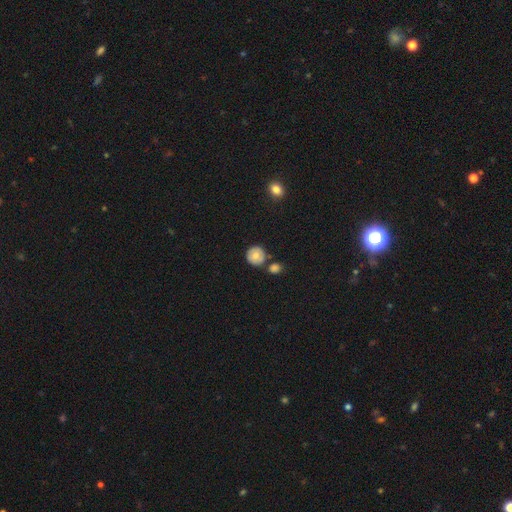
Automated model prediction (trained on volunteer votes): A smooth galaxy with no disk features (71%) that is round (91%).

Vote fractions:
- Smooth or featured? smooth: 71% / featured or disk: 20% / star or artifact: 9%
- How rounded? round: 91% / in between: 8% / cigar-shaped: 1%
- Merging? none: 75% / merger: 12% / minor disturbance: 11% / major disturbance: 3%